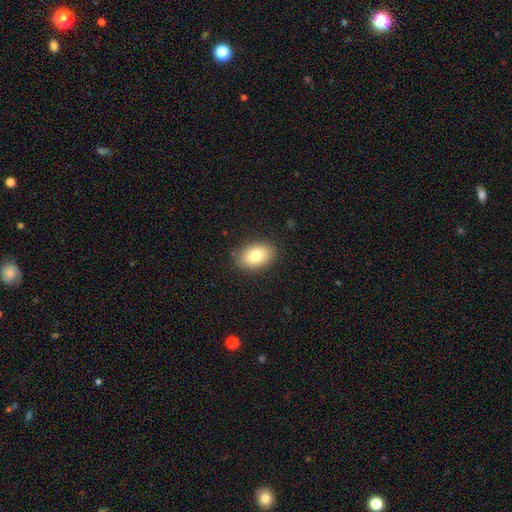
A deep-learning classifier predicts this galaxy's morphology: A smooth galaxy with no disk features (79%) that is in between round and cigar-shaped (84%).

Vote fractions:
- Smooth or featured? smooth: 79% / featured or disk: 12% / star or artifact: 8%
- How rounded? in between: 84% / round: 15% / cigar-shaped: 1%
- Merging? none: 86% / minor disturbance: 11% / major disturbance: 3% / merger: 1%